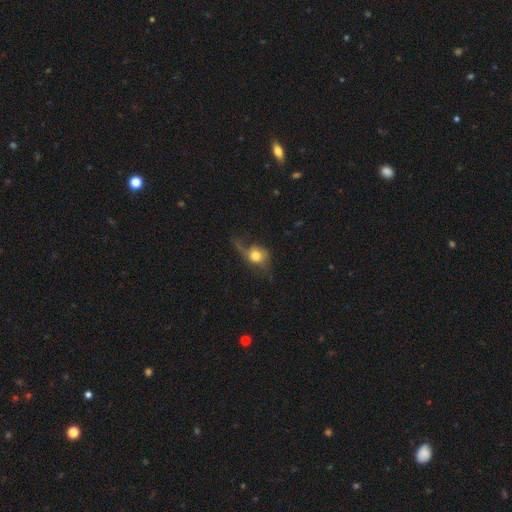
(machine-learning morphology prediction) The model was most divided on "merging": major disturbance: 38%, none: 32%, minor disturbance: 26%, merger: 4%. More confident: how rounded — round (61%); smooth or featured — smooth (59%).